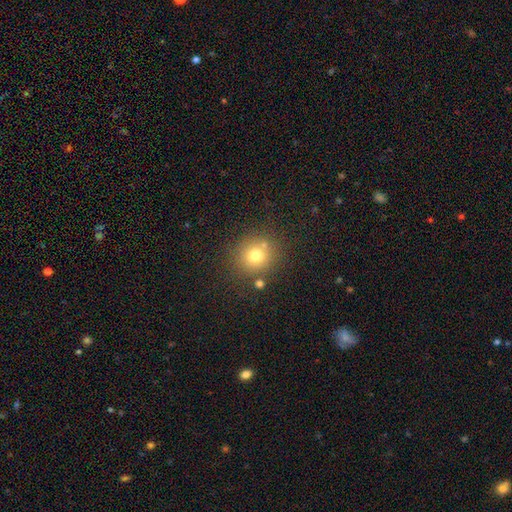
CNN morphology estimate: This appears to be a smooth galaxy with no disk features (73%) that is round (89%). Merging: none (76%).